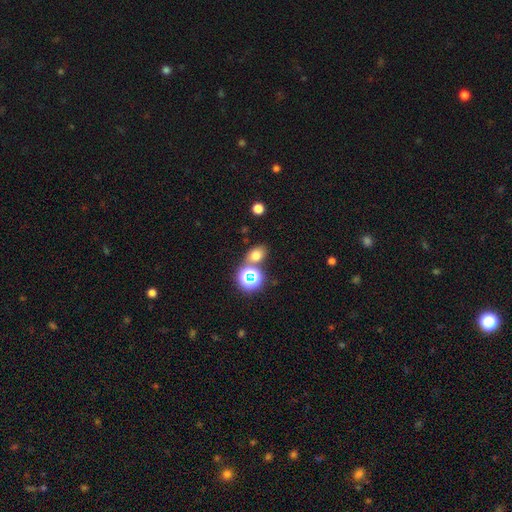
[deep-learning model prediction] A smooth galaxy with no disk features (68%) that is in between round and cigar-shaped (58%).

Vote fractions:
- Smooth or featured? smooth: 68% / star or artifact: 23% / featured or disk: 9%
- How rounded? in between: 58% / round: 41% / cigar-shaped: 1%
- Merging? none: 69% / merger: 16% / minor disturbance: 10% / major disturbance: 4%